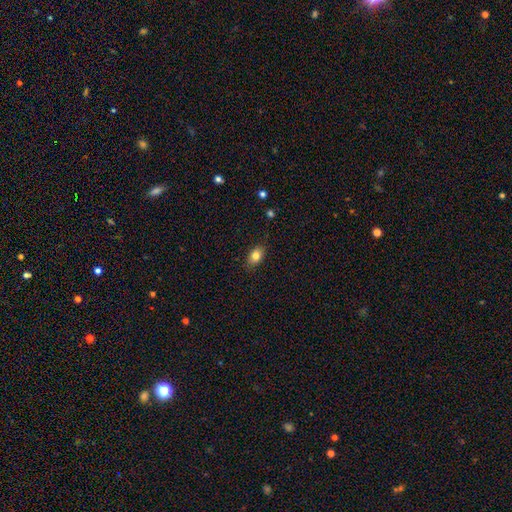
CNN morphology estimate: Smooth or featured? Predicted: smooth (p=0.82). How rounded? Predicted: in between (p=0.83). Merging? Predicted: none (p=0.86).